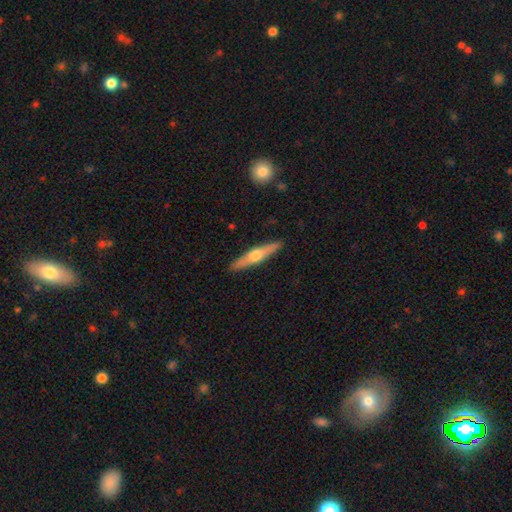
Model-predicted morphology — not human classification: A featured or disk galaxy (57%) viewed edge-on (95%) with a rounded central bulge (91%). Merging: none (90%).